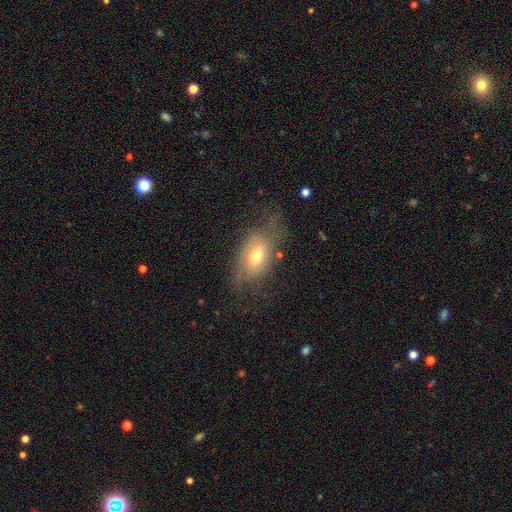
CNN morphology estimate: Smooth or featured: smooth — 49% (featured or disk — 42%)
Merging: none — 50% (minor disturbance — 27%)